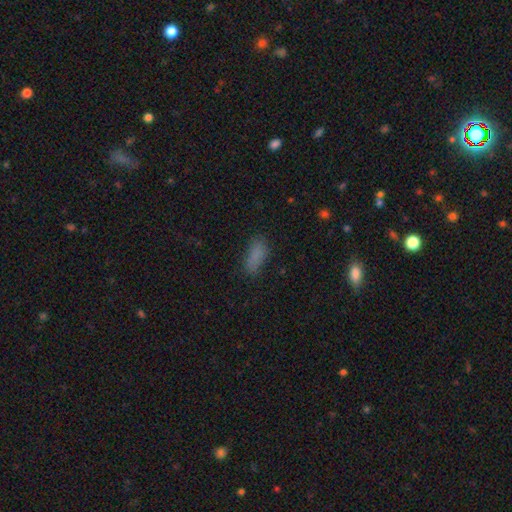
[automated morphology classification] Overall: smooth (82%). How rounded: in between (77%). Merging: none (75%).